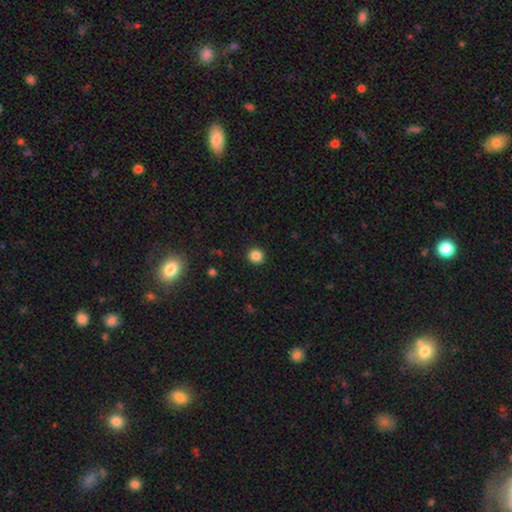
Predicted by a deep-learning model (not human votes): Smooth or featured: smooth — 85% (star or artifact — 12%)
How rounded: round — 93% (in between — 6%)
Merging: none — 93% (minor disturbance — 5%)